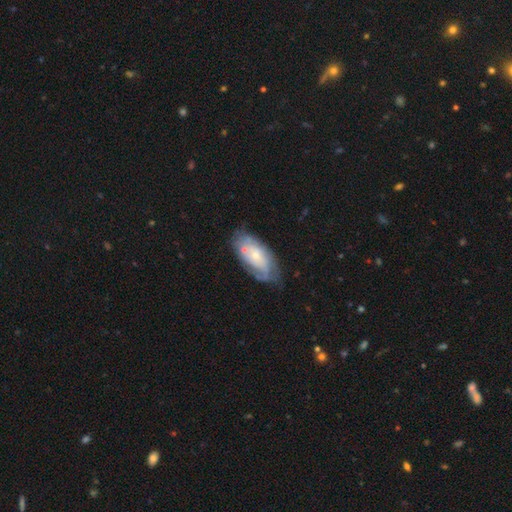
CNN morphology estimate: Q: Smooth or featured?
A: featured or disk (57%); runner-up: smooth (36%)
Q: Edge-on disk?
A: no (91%); runner-up: yes (9%)
Q: Bar?
A: no (81%); runner-up: weak (16%)
Q: Spiral arms?
A: yes (61%); runner-up: no (39%)
Q: Bulge size?
A: small (67%); runner-up: moderate (27%)
Q: Merging?
A: none (55%); runner-up: minor disturbance (27%)